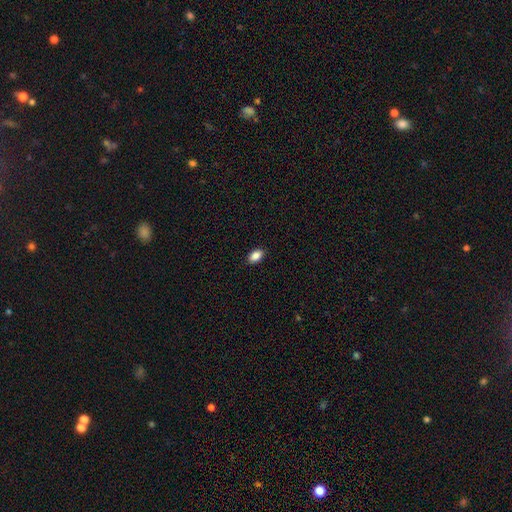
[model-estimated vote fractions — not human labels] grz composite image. It shows a smooth galaxy with no disk features (87%) that is in between round and cigar-shaped (90%). Merging: none (90%).